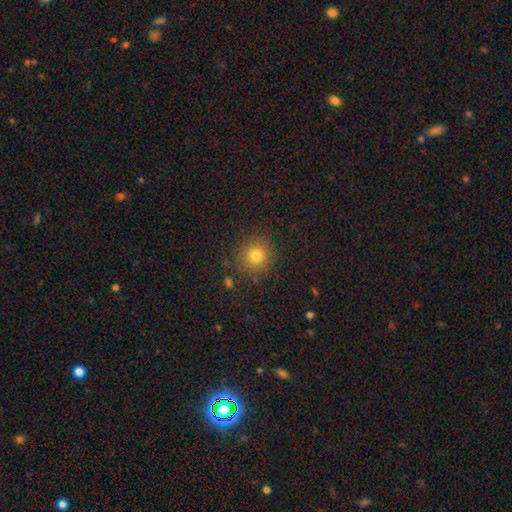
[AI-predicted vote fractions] Smooth or featured: smooth — 78% (star or artifact — 14%)
How rounded: round — 90% (in between — 9%)
Merging: none — 85% (minor disturbance — 9%)